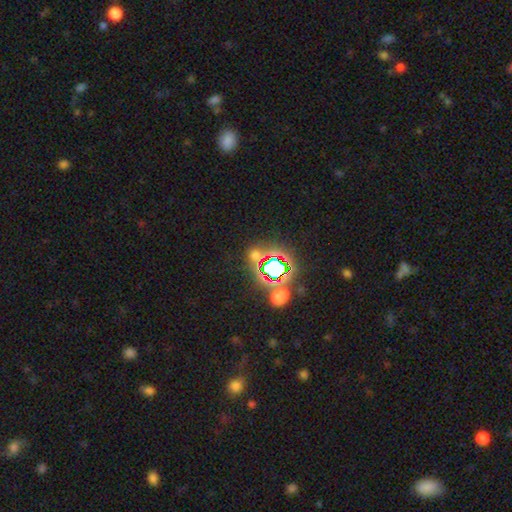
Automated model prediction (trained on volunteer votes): Smooth or featured? star or artifact (58%)